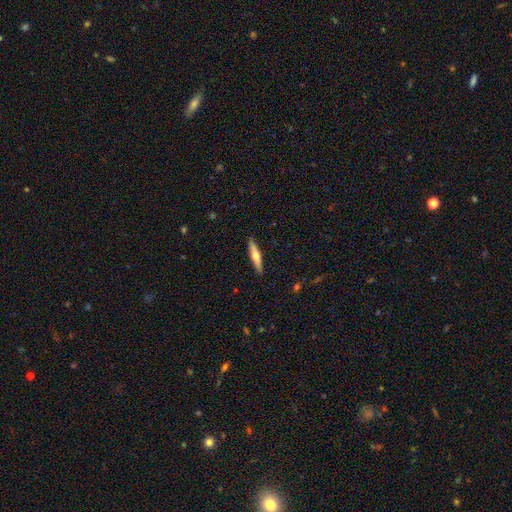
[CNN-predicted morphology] A featured or disk galaxy (48%). Merging: none (90%).